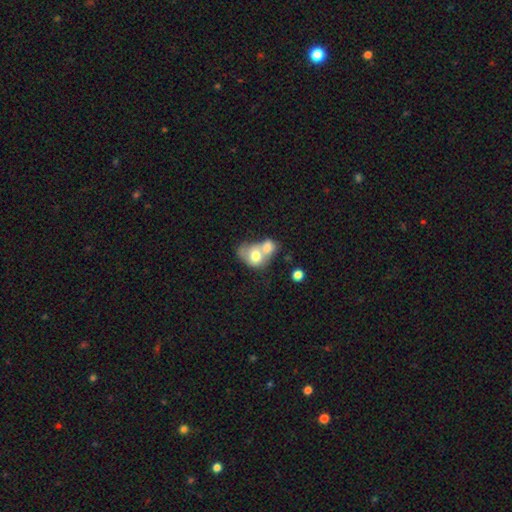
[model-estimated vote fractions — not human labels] smooth_or_featured: smooth (p=0.68) [alt: featured or disk p=0.24]
how_rounded: in between (p=0.53) [alt: round p=0.45]
merging: merger (p=0.76) [alt: none p=0.12]